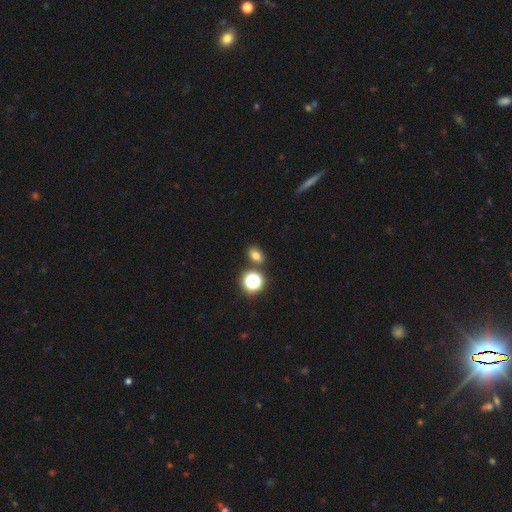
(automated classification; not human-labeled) A smooth galaxy with no disk features (73%) that is in between round and cigar-shaped (67%).

Vote fractions:
- Smooth or featured? smooth: 73% / star or artifact: 19% / featured or disk: 8%
- How rounded? in between: 67% / round: 31% / cigar-shaped: 2%
- Merging? none: 80% / minor disturbance: 9% / merger: 8% / major disturbance: 3%